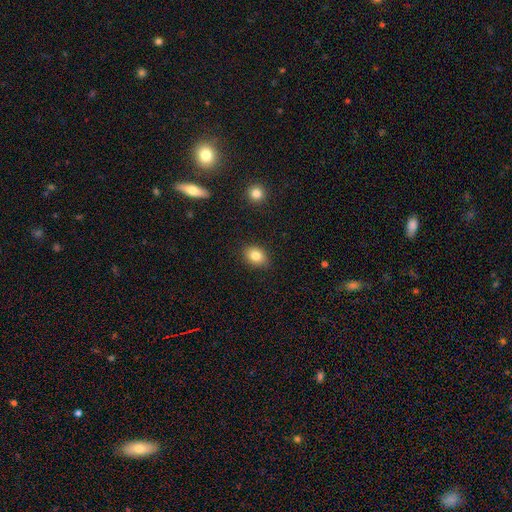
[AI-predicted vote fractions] smooth_or_featured: smooth (p=0.82) [alt: star or artifact p=0.09]
how_rounded: in between (p=0.64) [alt: round p=0.35]
merging: none (p=0.85) [alt: minor disturbance p=0.12]